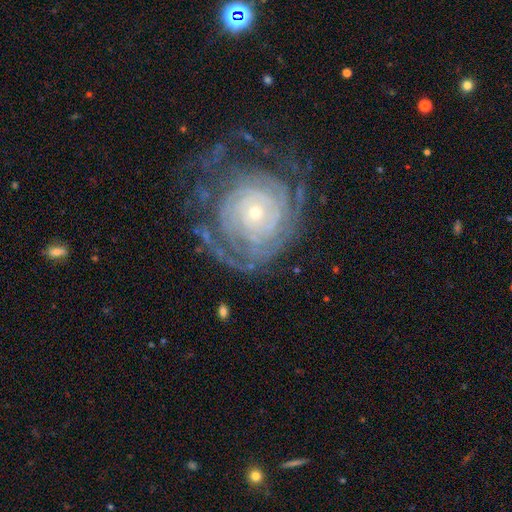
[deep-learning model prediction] Overall: featured or disk (83%). Edge-on disk: no (97%). Bar: no (79%). Spiral arms: yes (92%). Spiral arm count: can't tell (42%; 2 14%). Spiral winding: tight (80%). Bulge size: small (74%). Merging: none (61%).